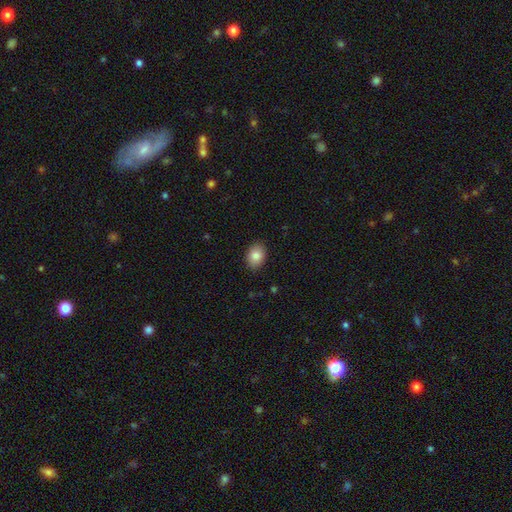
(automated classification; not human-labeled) The model was most divided on "how rounded": in between: 73%, round: 26%, cigar-shaped: 1%. More confident: merging — none (89%); smooth or featured — smooth (84%).